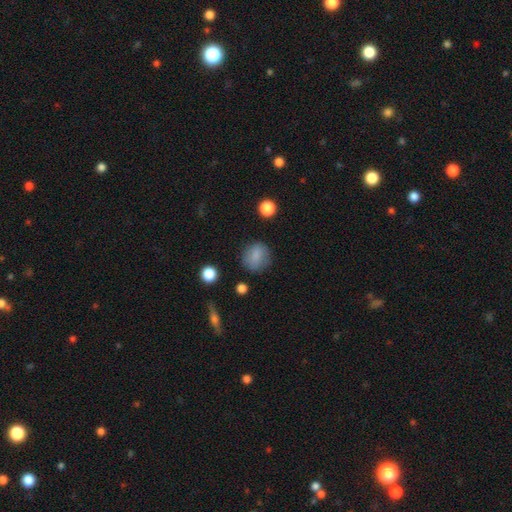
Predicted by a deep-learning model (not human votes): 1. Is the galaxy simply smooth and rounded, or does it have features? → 83% smooth, 9% star or artifact, 8% featured or disk.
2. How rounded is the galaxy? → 75% round, 24% in between, 1% cigar-shaped.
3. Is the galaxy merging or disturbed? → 77% none, 15% minor disturbance, 5% major disturbance, 2% merger.